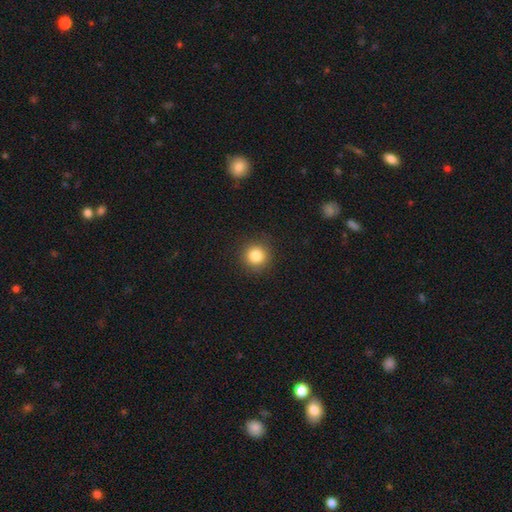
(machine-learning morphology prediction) Smooth or featured? smooth (83%)
How rounded? round (94%)
Merging? none (90%)